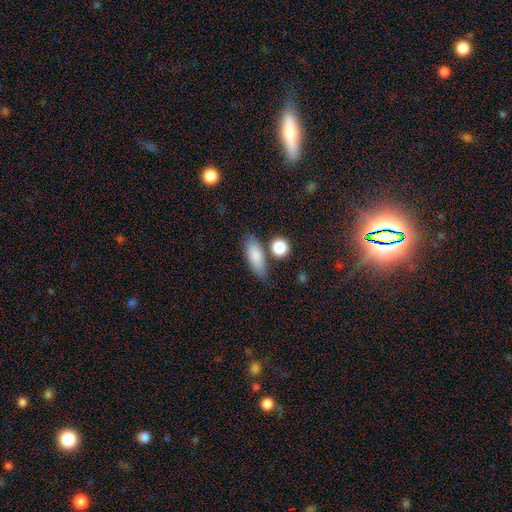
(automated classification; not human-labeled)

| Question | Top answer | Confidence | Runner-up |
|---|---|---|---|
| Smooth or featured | smooth | 83% | featured or disk (10%) |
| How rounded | in between | 67% | cigar-shaped (28%) |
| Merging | none | 72% | minor disturbance (14%) |